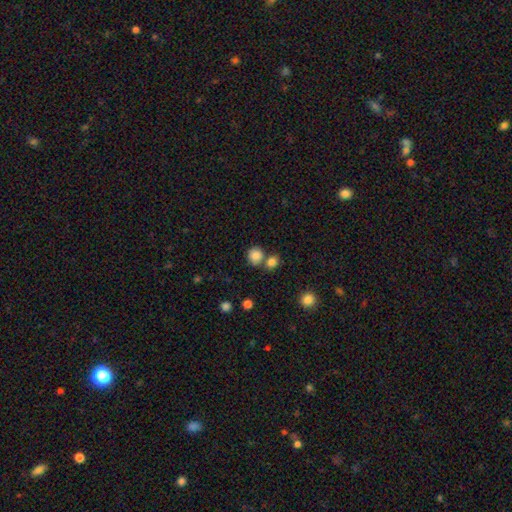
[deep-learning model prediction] The model was most divided on "merging": none: 57%, merger: 29%, minor disturbance: 10%, major disturbance: 4%. More confident: smooth or featured — smooth (85%); how rounded — round (81%).